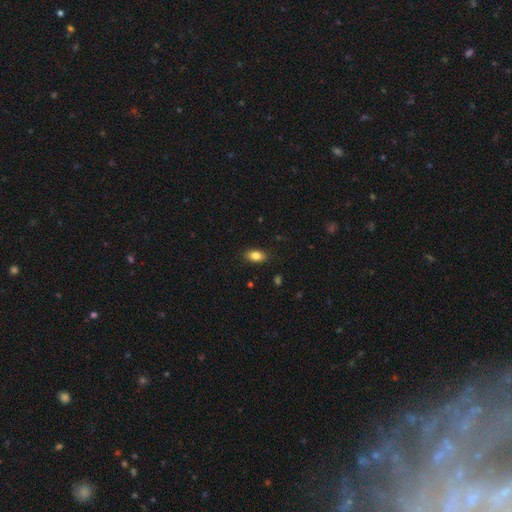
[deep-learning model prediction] smooth_or_featured: smooth (p=0.84) [alt: featured or disk p=0.08]
how_rounded: in between (p=0.90) [alt: round p=0.06]
merging: none (p=0.88) [alt: minor disturbance p=0.09]